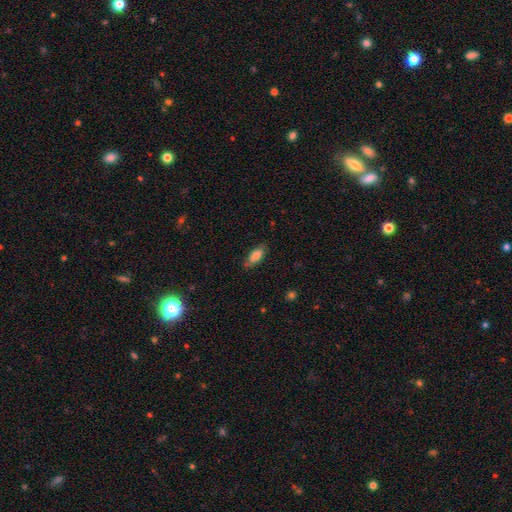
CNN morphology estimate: smooth 76%, featured or disk 16%, star or artifact 7%. Down the decision tree: how rounded — in between (75%); merging — none (76%).